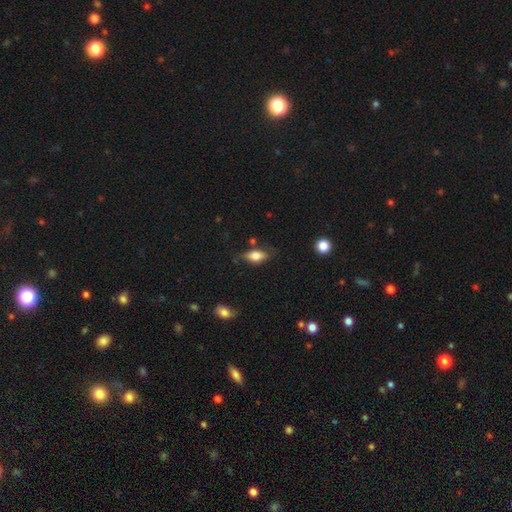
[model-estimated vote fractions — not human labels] smooth-or-featured: smooth: 67% | featured or disk: 25% | star or artifact: 8%
  how-rounded: in between: 82% | cigar-shaped: 12% | round: 6%
  merging: none: 68% | minor disturbance: 23% | major disturbance: 6% | merger: 3%